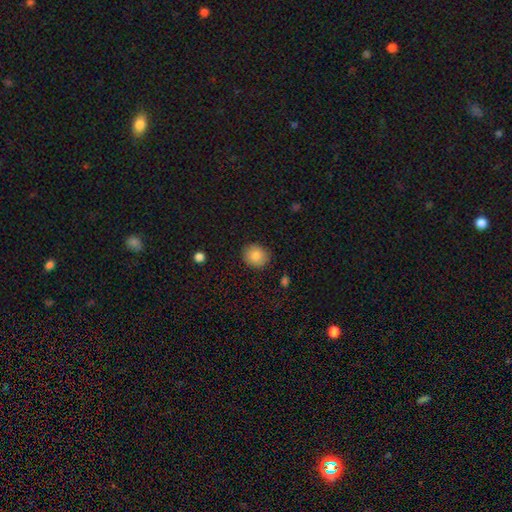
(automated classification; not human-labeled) Smooth or featured? smooth (87%)
How rounded? round (77%)
Merging? none (88%)